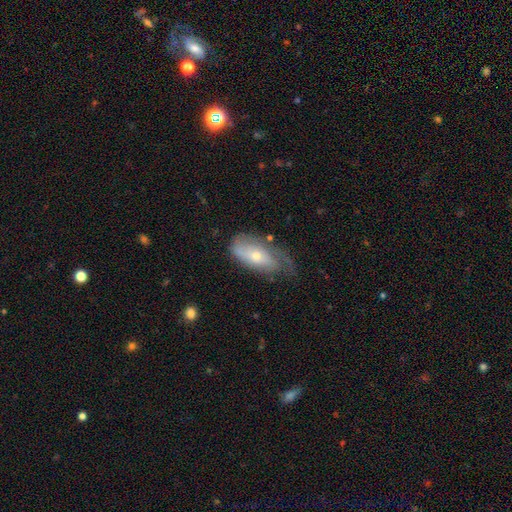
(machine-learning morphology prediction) The model was most divided on "merging": none: 36%, minor disturbance: 33%, major disturbance: 28%, merger: 3%. Remaining: smooth or featured — featured or disk (49%).